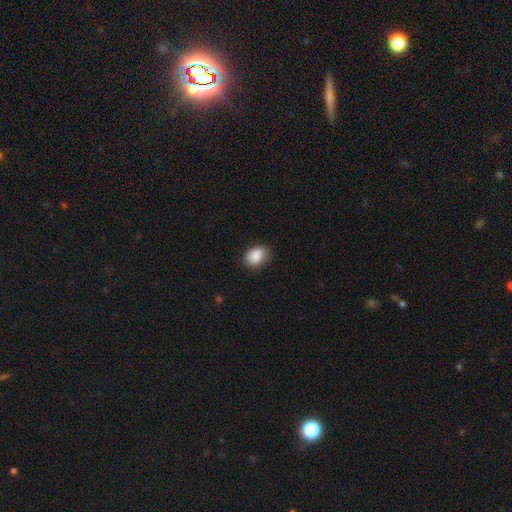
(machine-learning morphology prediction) Q: Smooth or featured?
A: smooth (86%); runner-up: star or artifact (8%)
Q: How rounded?
A: in between (69%); runner-up: round (30%)
Q: Merging?
A: none (72%); runner-up: minor disturbance (23%)